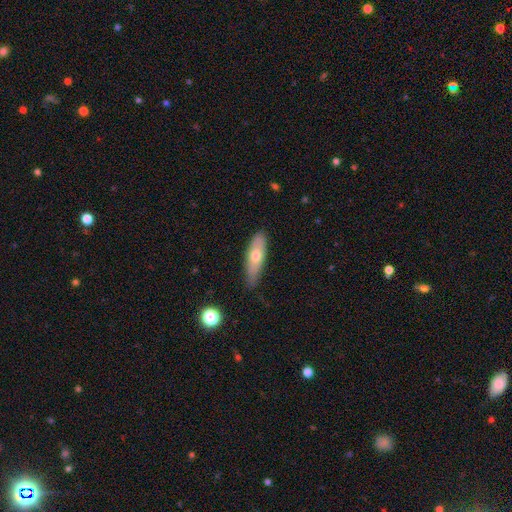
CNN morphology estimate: Q: Smooth or featured?
A: smooth (62%); runner-up: featured or disk (31%)
Q: How rounded?
A: cigar-shaped (50%); runner-up: in between (47%)
Q: Merging?
A: none (74%); runner-up: minor disturbance (21%)